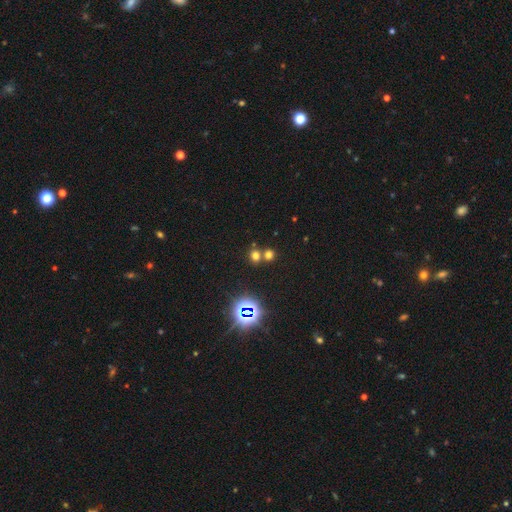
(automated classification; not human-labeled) This appears to be a smooth galaxy with no disk features (59%) that is round (78%). Merging: none (55%).